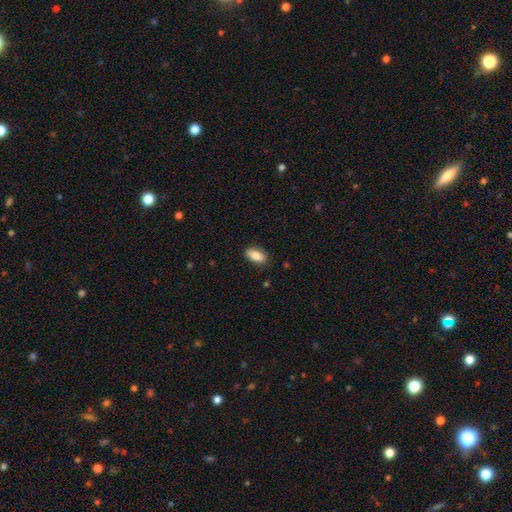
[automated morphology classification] Overall: smooth (81%). How rounded: in between (84%). Merging: none (85%).